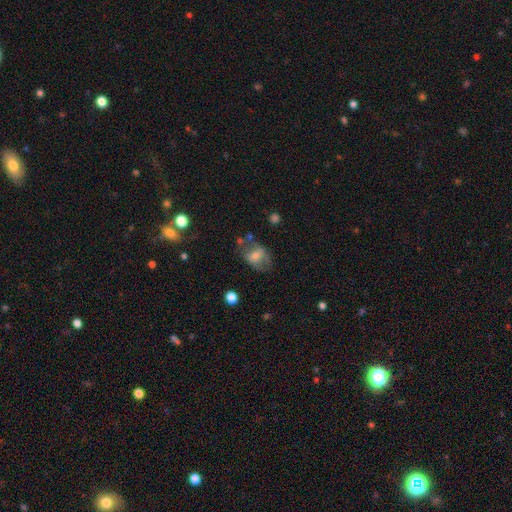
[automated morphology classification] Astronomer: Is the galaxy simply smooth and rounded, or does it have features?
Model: smooth — 52% (runner-up: featured or disk, 38%).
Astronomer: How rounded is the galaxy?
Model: in between — 70%.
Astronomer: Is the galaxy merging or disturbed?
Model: none — 49% (runner-up: minor disturbance, 25%).